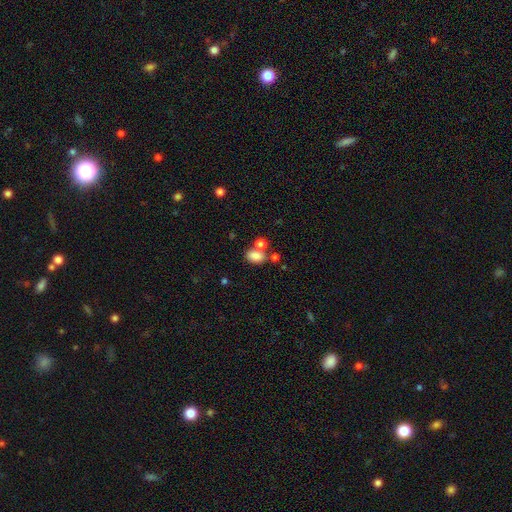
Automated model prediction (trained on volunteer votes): smooth_or_featured: smooth (p=0.82) [alt: star or artifact p=0.11]
how_rounded: in between (p=0.84) [alt: round p=0.14]
merging: none (p=0.51) [alt: merger p=0.32]